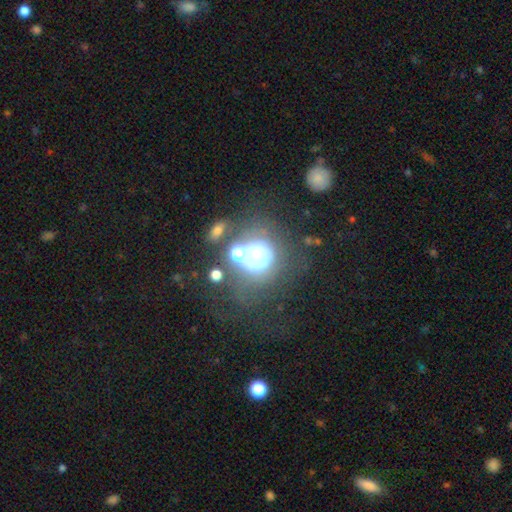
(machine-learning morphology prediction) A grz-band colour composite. It shows a smooth galaxy with no disk features (47%). Merging: none (36%).